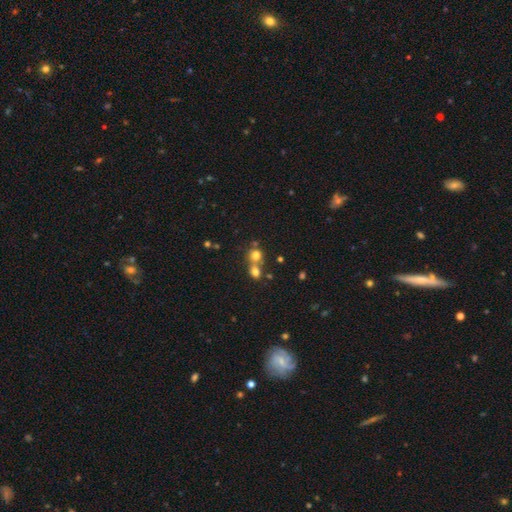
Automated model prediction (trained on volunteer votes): Morphology: type=smooth (73%); roundness=round (84%); merging=merger (50%).